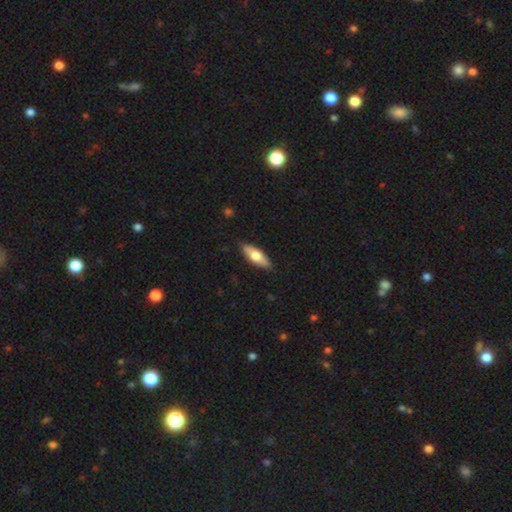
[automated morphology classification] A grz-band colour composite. It shows a smooth galaxy with no disk features (62%) that is in between round and cigar-shaped (62%). Merging: none (87%).